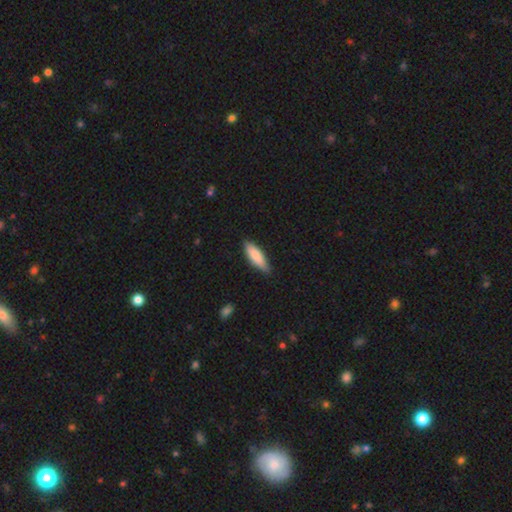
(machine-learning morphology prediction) A smooth galaxy with no disk features (82%) that is cigar-shaped (52%).

Vote fractions:
- Smooth or featured? smooth: 82% / featured or disk: 13% / star or artifact: 5%
- How rounded? cigar-shaped: 52% / in between: 46% / round: 2%
- Merging? none: 82% / minor disturbance: 15% / major disturbance: 2% / merger: 1%